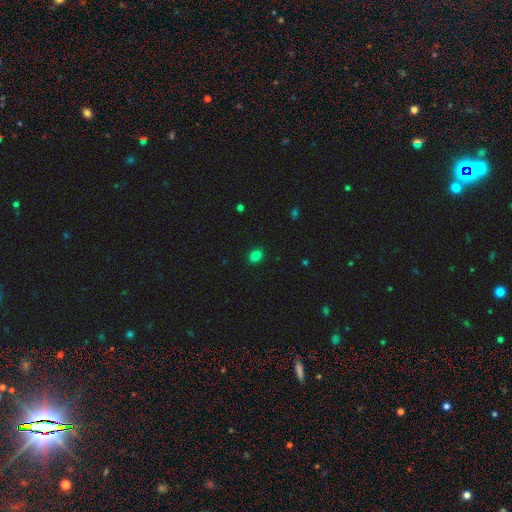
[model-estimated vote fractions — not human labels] Overall: smooth (83%). How rounded: in between (59%; round 40%). Merging: none (90%).